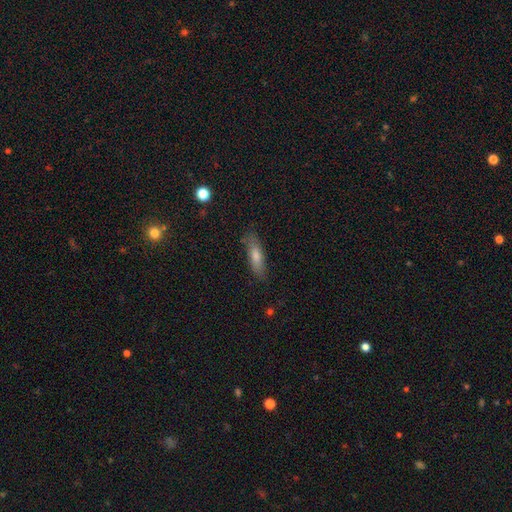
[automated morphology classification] This appears to be a smooth galaxy with no disk features (65%) that is cigar-shaped (69%). Merging: none (83%).